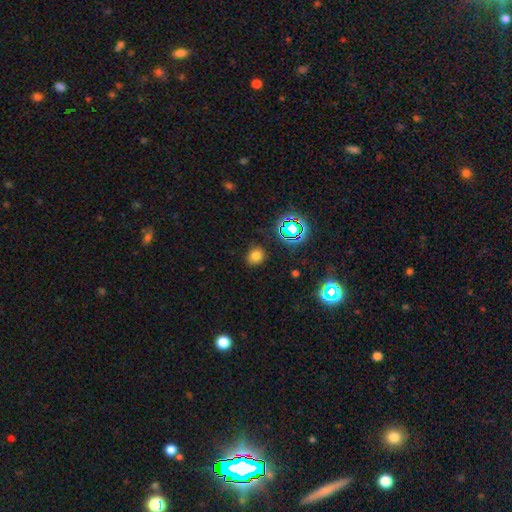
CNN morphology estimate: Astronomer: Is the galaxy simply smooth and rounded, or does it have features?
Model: smooth — 71%.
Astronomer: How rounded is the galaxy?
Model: round — 77%.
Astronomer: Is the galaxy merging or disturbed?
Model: none — 82%.